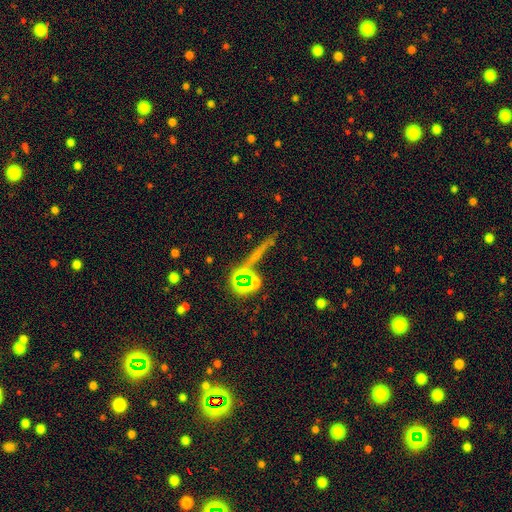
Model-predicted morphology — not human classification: Smooth or featured?
  - star or artifact: 48% *
  - smooth: 28%
  - featured or disk: 24%